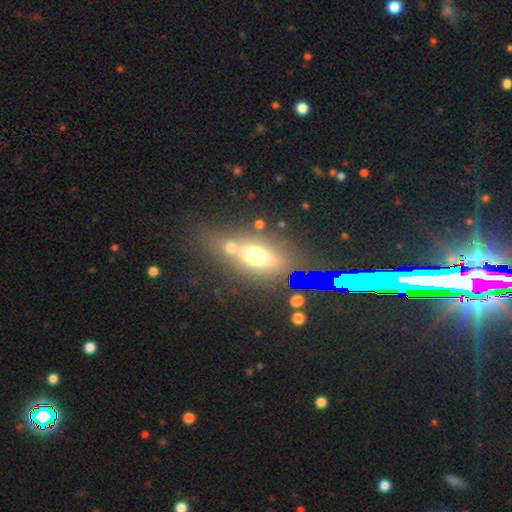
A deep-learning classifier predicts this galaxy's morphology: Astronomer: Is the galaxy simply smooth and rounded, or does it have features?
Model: smooth — 42% (runner-up: featured or disk, 40%).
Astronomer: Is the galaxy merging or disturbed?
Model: none — 59%.